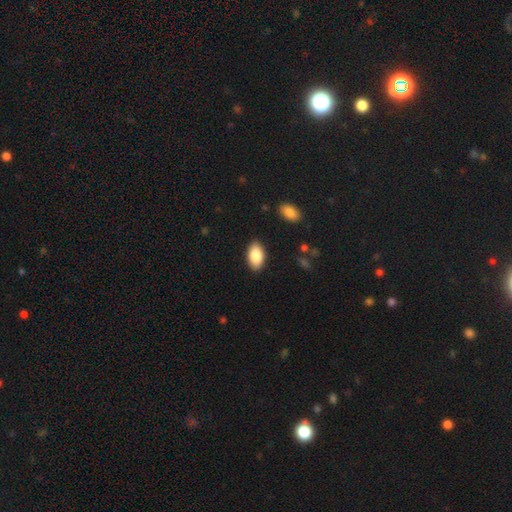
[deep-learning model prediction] Smooth or featured?
  - smooth: 86% *
  - featured or disk: 8%
  - star or artifact: 6%
How rounded?
  - in between: 94% *
  - round: 4%
  - cigar-shaped: 2%
Merging?
  - none: 88% *
  - minor disturbance: 9%
  - major disturbance: 2%
  - merger: 1%